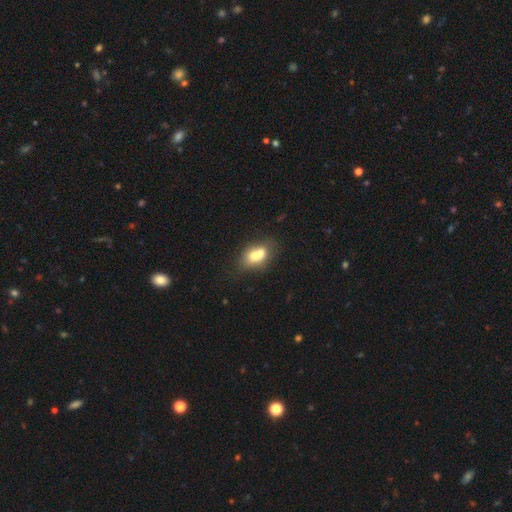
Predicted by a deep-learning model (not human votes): Q: Smooth or featured?
A: smooth (66%); runner-up: featured or disk (24%)
Q: How rounded?
A: in between (79%); runner-up: round (17%)
Q: Merging?
A: merger (43%); runner-up: none (35%)